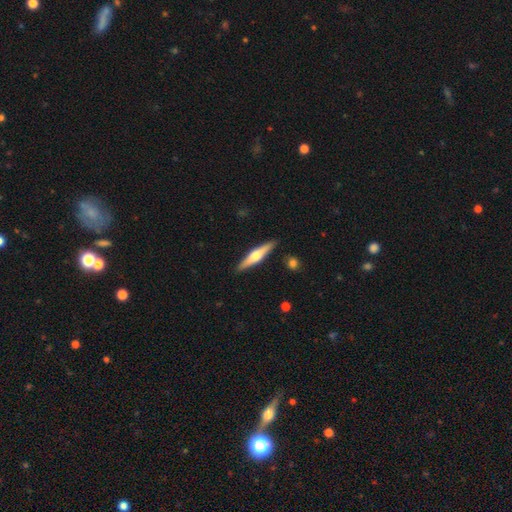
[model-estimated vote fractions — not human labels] The model was most divided on "smooth or featured": featured or disk: 60%, smooth: 35%, star or artifact: 5%. More confident: edge-on disk — yes (96%); edge-on bulge — rounded (92%); merging — none (90%).